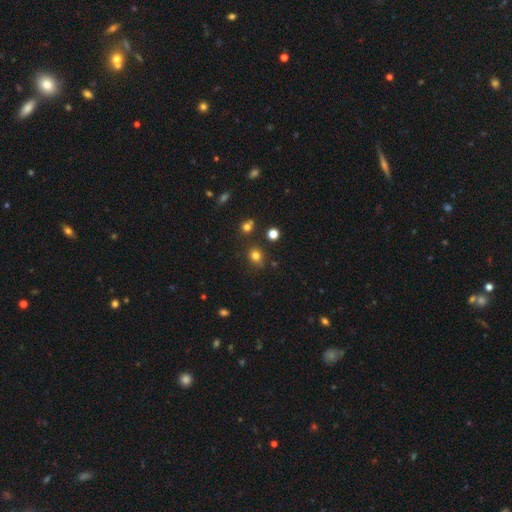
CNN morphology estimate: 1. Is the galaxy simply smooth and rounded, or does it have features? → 77% smooth, 17% star or artifact, 6% featured or disk.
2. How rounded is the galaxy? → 77% round, 22% in between, 1% cigar-shaped.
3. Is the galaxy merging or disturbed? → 79% none, 12% minor disturbance, 6% merger, 3% major disturbance.